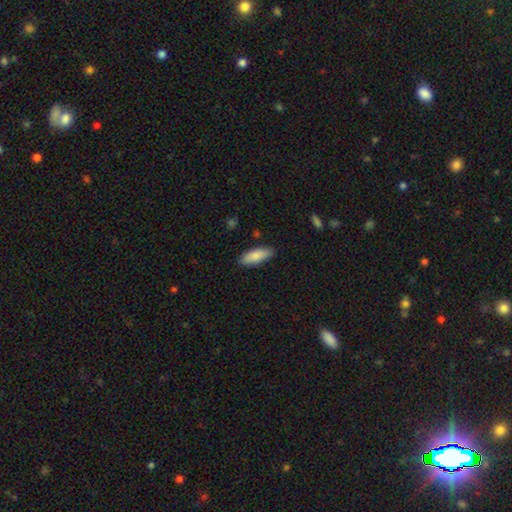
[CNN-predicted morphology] This is clearly a smooth galaxy (85%). How rounded: likely in between (67%). Merging: clearly none (85%).